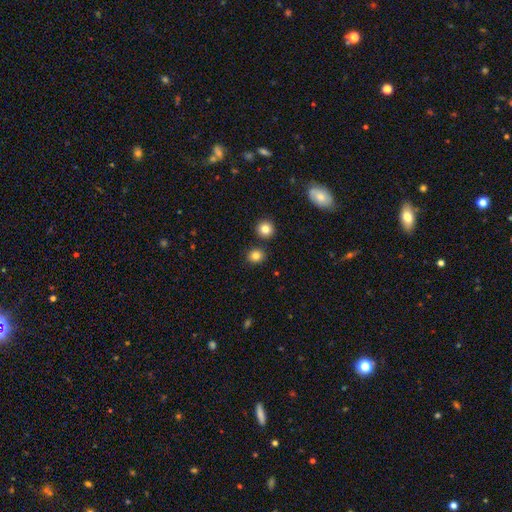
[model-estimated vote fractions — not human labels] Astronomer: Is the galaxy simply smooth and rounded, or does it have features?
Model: smooth — 82%.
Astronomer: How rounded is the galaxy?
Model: round — 77%.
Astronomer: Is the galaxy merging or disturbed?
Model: none — 85%.